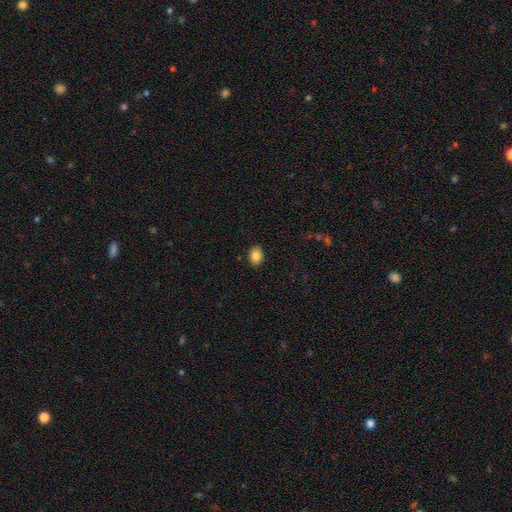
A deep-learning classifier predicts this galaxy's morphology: Smooth or featured?
  - smooth: 86% *
  - star or artifact: 8%
  - featured or disk: 5%
How rounded?
  - in between: 69% *
  - round: 30%
  - cigar-shaped: 1%
Merging?
  - none: 90% *
  - minor disturbance: 7%
  - major disturbance: 2%
  - merger: 1%